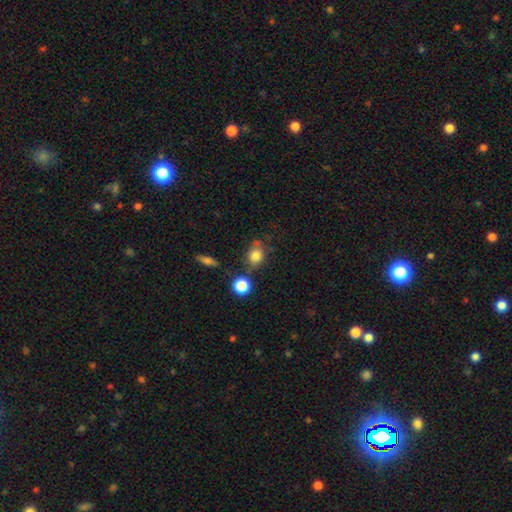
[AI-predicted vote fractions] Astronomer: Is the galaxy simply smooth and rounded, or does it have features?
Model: smooth — 79%.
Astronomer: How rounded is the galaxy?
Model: round — 60% (runner-up: in between, 38%).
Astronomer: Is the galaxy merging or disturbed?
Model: none — 62%.